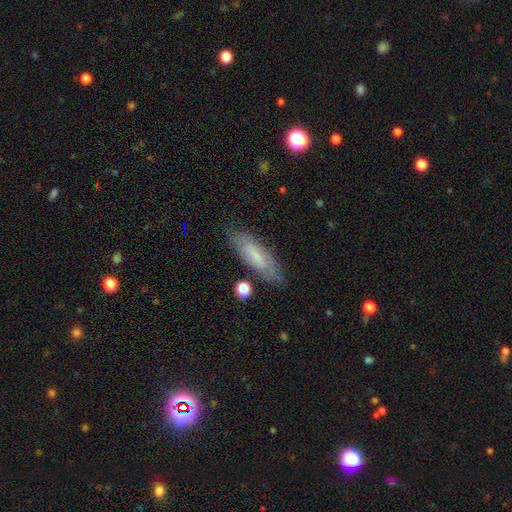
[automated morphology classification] Overall: smooth (50%; featured or disk 42%). How rounded: cigar-shaped (53%; in between 45%). Merging: none (78%).